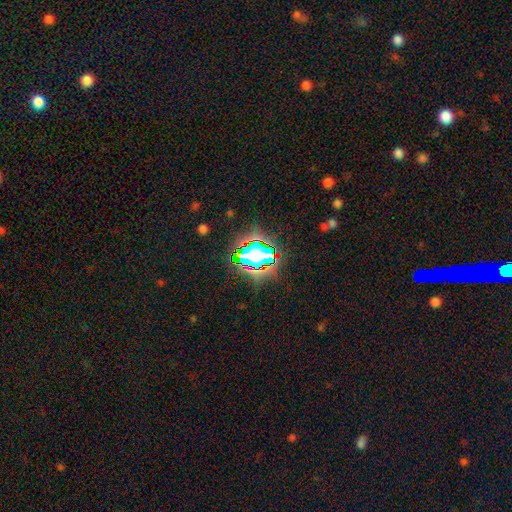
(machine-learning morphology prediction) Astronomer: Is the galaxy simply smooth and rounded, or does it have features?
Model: star or artifact — 63%.